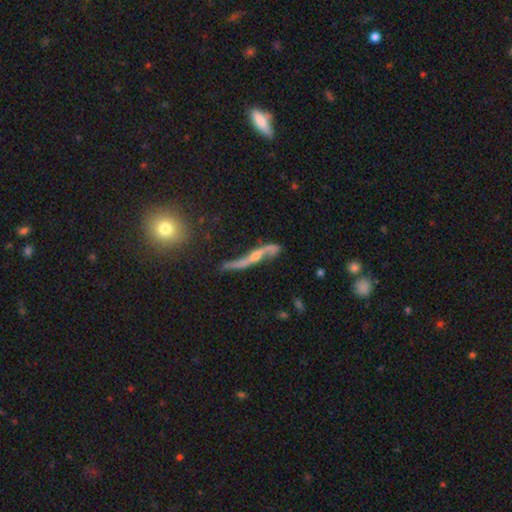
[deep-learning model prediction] The model was most divided on "bulge size": small: 51%, moderate: 33%, none: 11%, large: 3%, dominant: 2%. More confident: spiral arms — yes (89%); smooth or featured — featured or disk (82%); edge-on disk — no (63%); merging — none (52%); bar — no (52%).